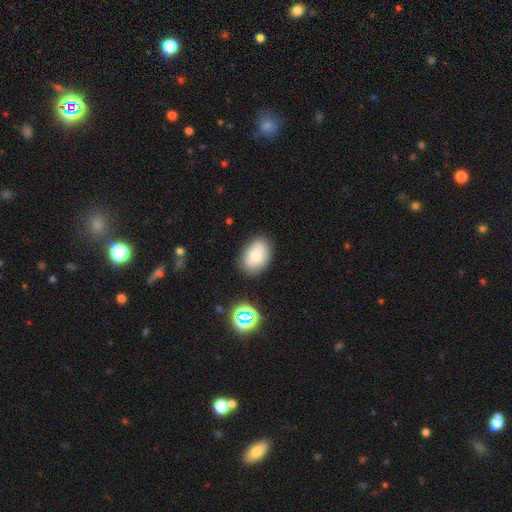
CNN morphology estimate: smooth_or_featured: smooth (p=0.77) [alt: featured or disk p=0.14]
how_rounded: in between (p=0.83) [alt: round p=0.16]
merging: none (p=0.80) [alt: minor disturbance p=0.14]